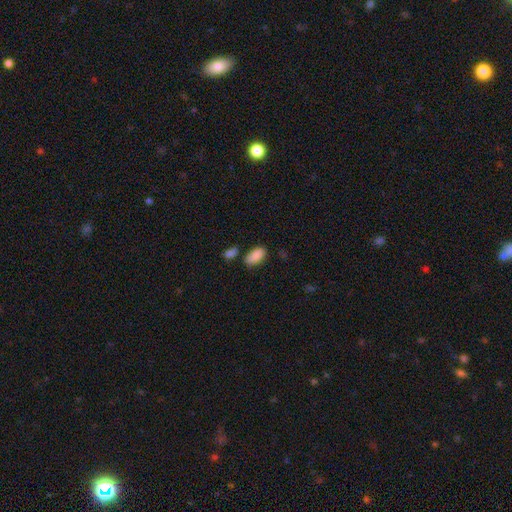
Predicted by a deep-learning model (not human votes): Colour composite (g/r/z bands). It shows a smooth galaxy with no disk features (87%) that is in between round and cigar-shaped (93%). Merging: none (69%).